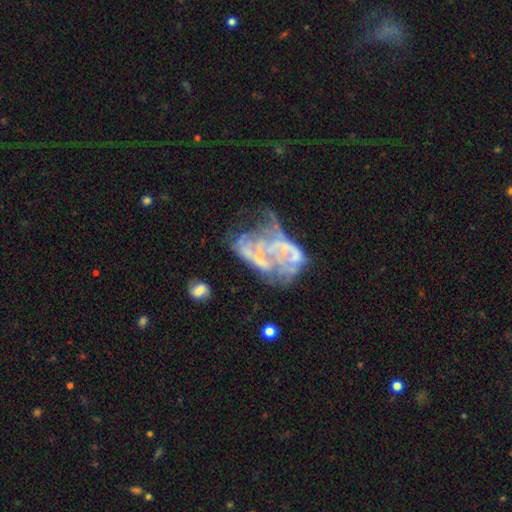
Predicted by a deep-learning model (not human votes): smooth-or-featured: featured or disk: 73% | smooth: 16% | star or artifact: 12%
  disk-edge-on: no: 98% | yes: 2%
    bar: no: 86% | weak: 10% | strong: 4%
    has-spiral-arms: no: 75% | yes: 25%
    bulge-size: none: 71% | small: 15% | moderate: 10% | large: 2% | dominant: 1%
  merging: major disturbance: 45% | merger: 22% | none: 18% | minor disturbance: 15%